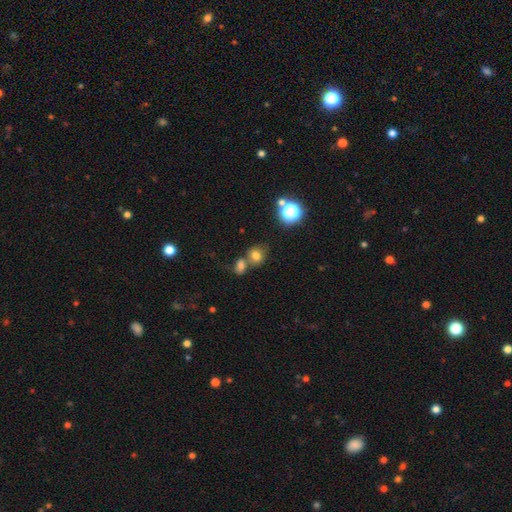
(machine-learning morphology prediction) Smooth or featured?
  - smooth: 74% *
  - star or artifact: 17%
  - featured or disk: 9%
How rounded?
  - round: 66% *
  - in between: 33%
  - cigar-shaped: 1%
Merging?
  - none: 51% *
  - merger: 34%
  - minor disturbance: 10%
  - major disturbance: 4%